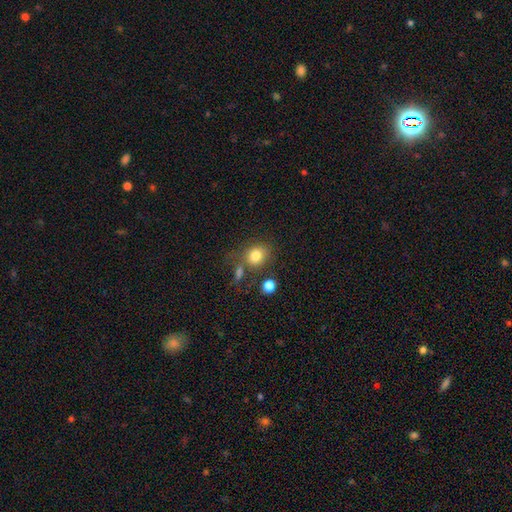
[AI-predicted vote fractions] smooth_or_featured: smooth (p=0.80) [alt: star or artifact p=0.11]
how_rounded: round (p=0.63) [alt: in between p=0.36]
merging: none (p=0.60) [alt: merger p=0.17]